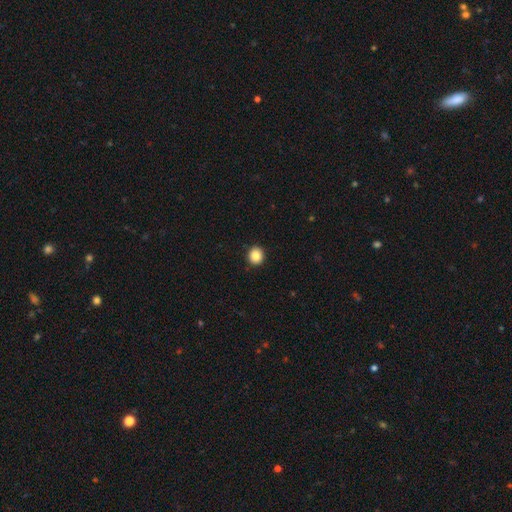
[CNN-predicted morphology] Q: Smooth or featured?
A: smooth (87%); runner-up: star or artifact (9%)
Q: How rounded?
A: round (84%); runner-up: in between (15%)
Q: Merging?
A: none (92%); runner-up: minor disturbance (5%)